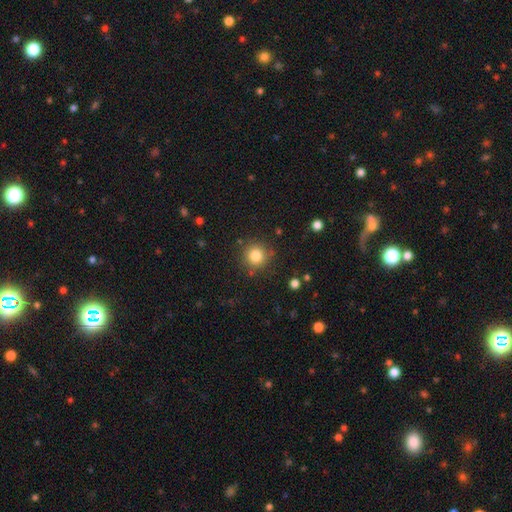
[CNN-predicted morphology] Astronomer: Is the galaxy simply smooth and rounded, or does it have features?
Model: smooth — 82%.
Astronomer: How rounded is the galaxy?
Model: round — 94%.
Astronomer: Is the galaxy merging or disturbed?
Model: none — 86%.